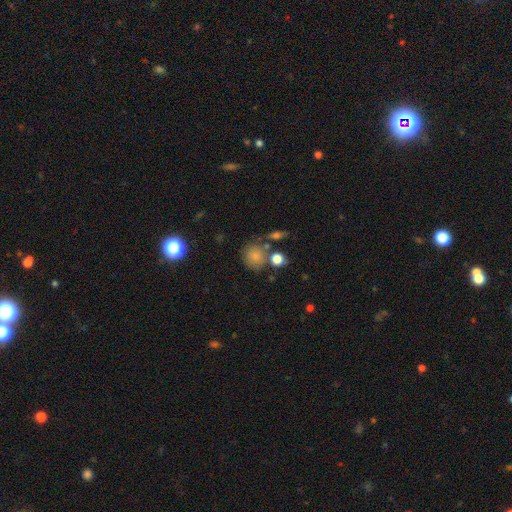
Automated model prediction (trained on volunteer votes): A smooth galaxy with no disk features (79%) that is round (82%).

Vote fractions:
- Smooth or featured? smooth: 79% / star or artifact: 12% / featured or disk: 9%
- How rounded? round: 82% / in between: 16% / cigar-shaped: 1%
- Merging? none: 63% / minor disturbance: 16% / merger: 15% / major disturbance: 6%